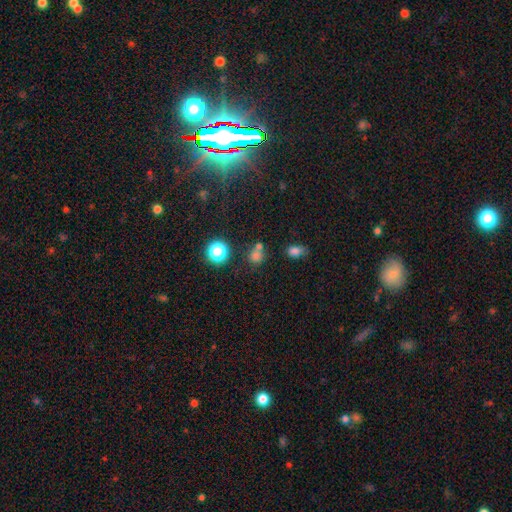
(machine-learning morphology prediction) smooth-or-featured: smooth: 69% | star or artifact: 23% | featured or disk: 7%
  how-rounded: round: 78% | in between: 21% | cigar-shaped: 1%
  merging: none: 55% | merger: 28% | minor disturbance: 12% | major disturbance: 5%